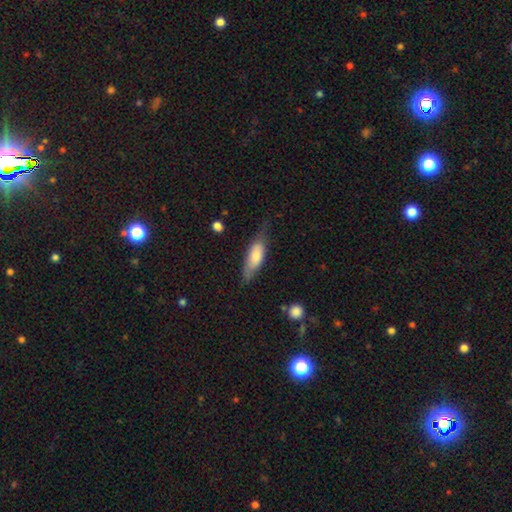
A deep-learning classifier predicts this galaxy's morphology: smooth 67%, featured or disk 27%, star or artifact 6%. Down the decision tree: how rounded — in between (58%); merging — none (58%).